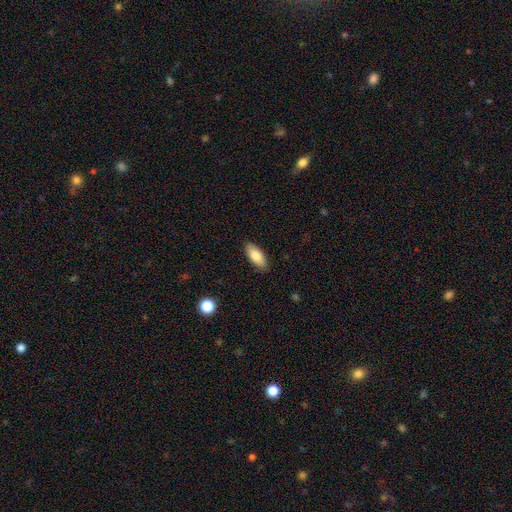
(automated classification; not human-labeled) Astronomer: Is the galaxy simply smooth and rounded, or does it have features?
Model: smooth — 83%.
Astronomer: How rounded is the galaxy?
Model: in between — 81%.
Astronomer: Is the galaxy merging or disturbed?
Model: none — 88%.